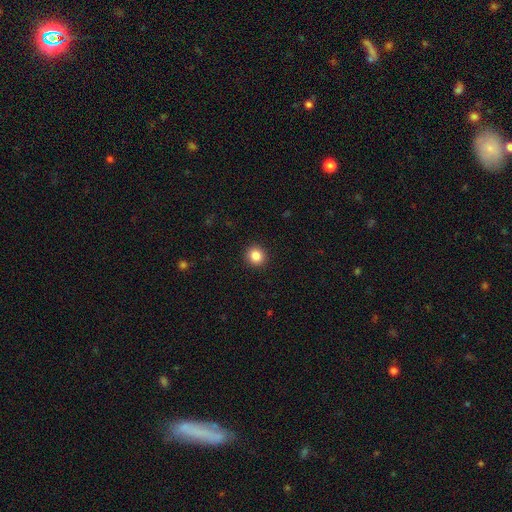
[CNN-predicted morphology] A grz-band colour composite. It shows a smooth galaxy with no disk features (85%) that is round (92%). Merging: none (93%).